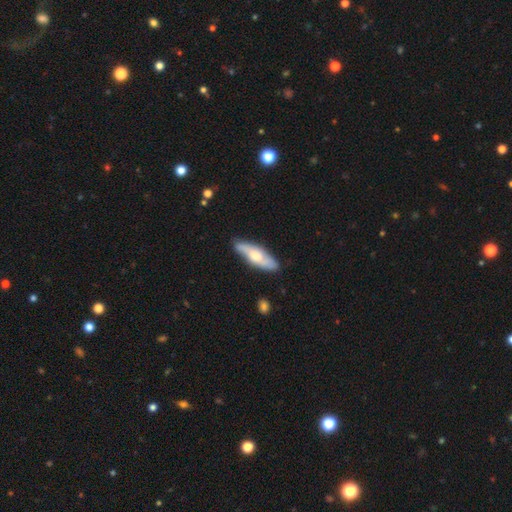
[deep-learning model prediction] Smooth or featured? Predicted: featured or disk (p=0.50). Merging? Predicted: none (p=0.82).